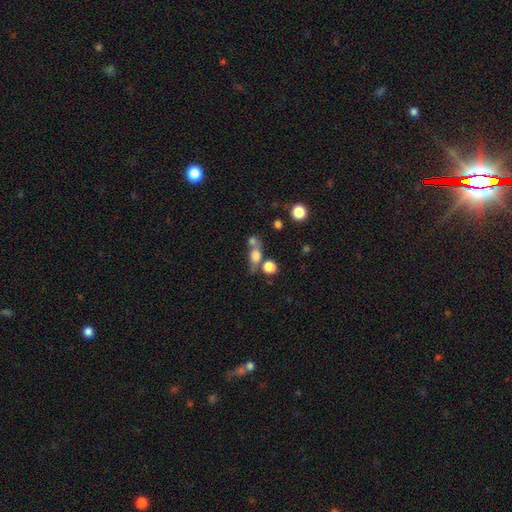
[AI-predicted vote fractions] A smooth galaxy with no disk features (71%) that is in between round and cigar-shaped (47%).

Vote fractions:
- Smooth or featured? smooth: 71% / featured or disk: 15% / star or artifact: 14%
- How rounded? in between: 47% / round: 44% / cigar-shaped: 9%
- Merging? merger: 39% / none: 38% / minor disturbance: 14% / major disturbance: 10%